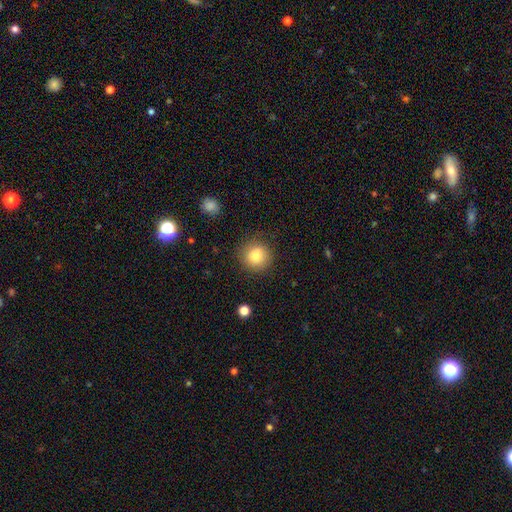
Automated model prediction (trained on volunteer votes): smooth_or_featured: smooth (p=0.83) [alt: star or artifact p=0.10]
how_rounded: round (p=0.92) [alt: in between p=0.07]
merging: none (p=0.86) [alt: minor disturbance p=0.09]